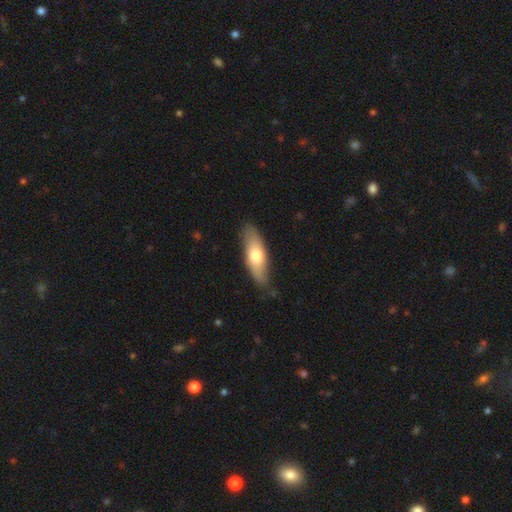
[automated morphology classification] A smooth galaxy with no disk features (67%) that is in between round and cigar-shaped (60%).

Vote fractions:
- Smooth or featured? smooth: 67% / featured or disk: 28% / star or artifact: 5%
- How rounded? in between: 60% / cigar-shaped: 38% / round: 2%
- Merging? none: 80% / minor disturbance: 16% / major disturbance: 3% / merger: 1%